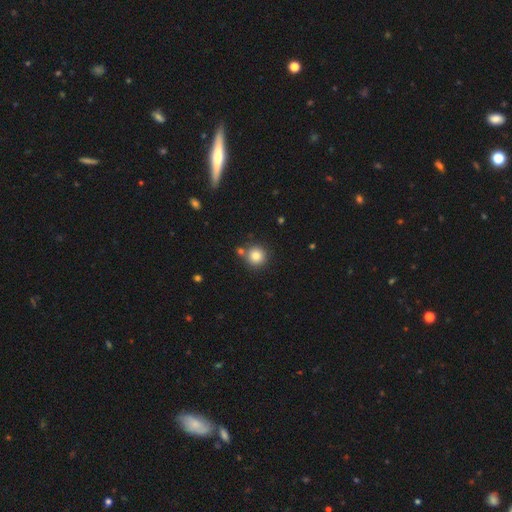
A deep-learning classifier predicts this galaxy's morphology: smooth_or_featured: smooth (p=0.82) [alt: star or artifact p=0.11]
how_rounded: round (p=0.94) [alt: in between p=0.05]
merging: none (p=0.77) [alt: merger p=0.12]